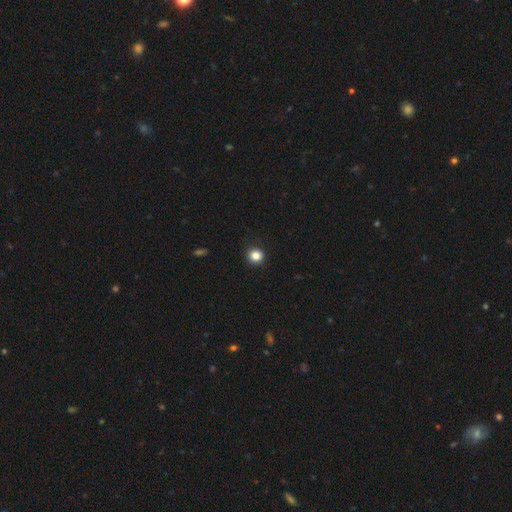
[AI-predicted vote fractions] Smooth or featured?
  - smooth: 85% *
  - star or artifact: 11%
  - featured or disk: 4%
How rounded?
  - round: 90% *
  - in between: 9%
  - cigar-shaped: 1%
Merging?
  - none: 90% *
  - minor disturbance: 7%
  - major disturbance: 2%
  - merger: 1%